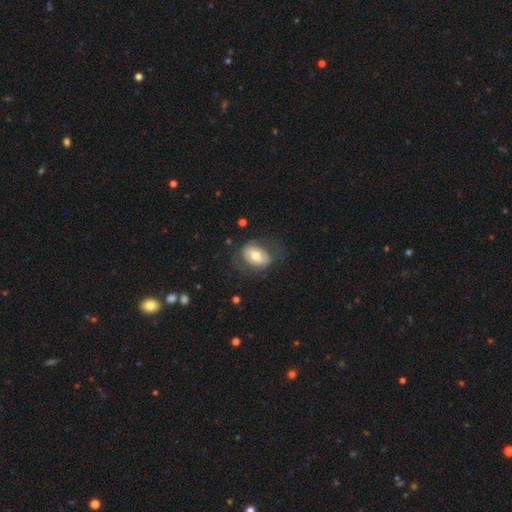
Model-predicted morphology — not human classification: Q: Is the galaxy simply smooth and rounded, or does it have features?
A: smooth — 48%.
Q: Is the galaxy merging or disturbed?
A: none — 60%.